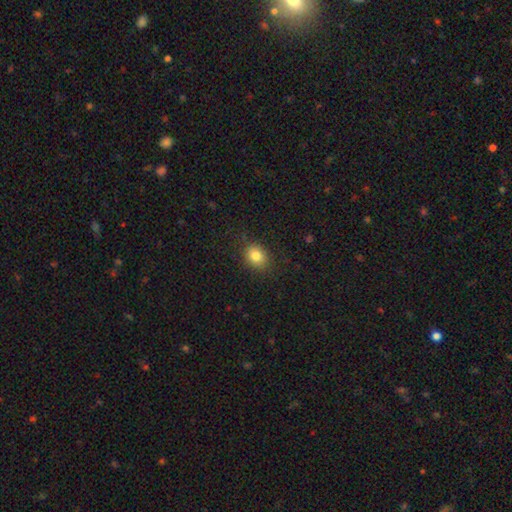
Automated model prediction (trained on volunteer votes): Smooth or featured: smooth — 83% (star or artifact — 10%)
How rounded: round — 51% (in between — 48%)
Merging: none — 86% (minor disturbance — 10%)